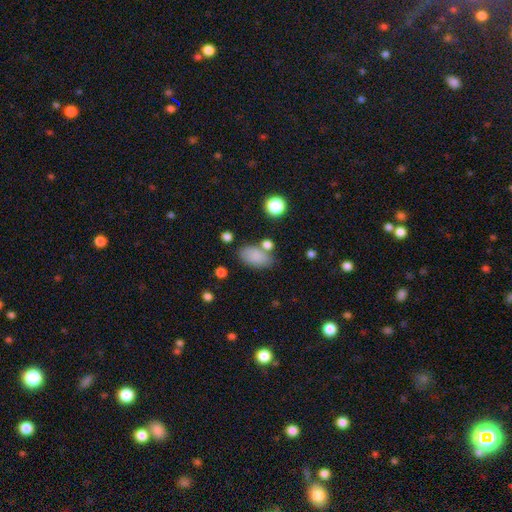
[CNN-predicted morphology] This appears to be a smooth galaxy with no disk features (83%) that is in between round and cigar-shaped (91%). Merging: none (68%).